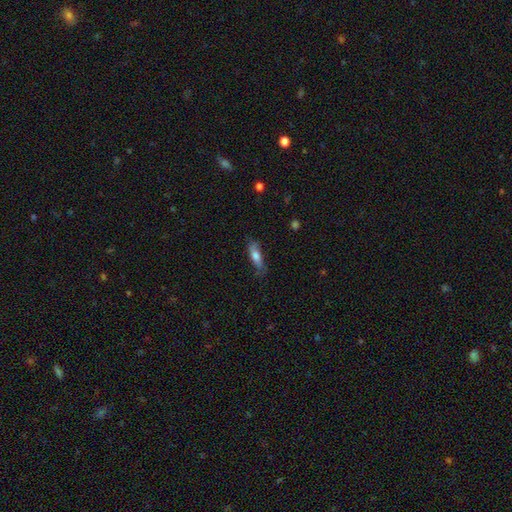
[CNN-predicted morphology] Overall: smooth (67%). How rounded: cigar-shaped (51%; in between 47%). Merging: none (70%).